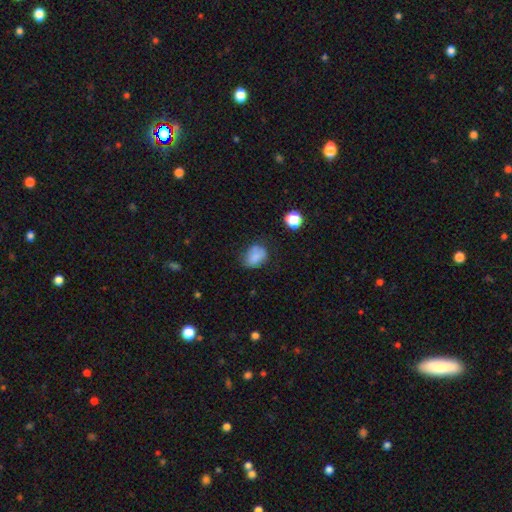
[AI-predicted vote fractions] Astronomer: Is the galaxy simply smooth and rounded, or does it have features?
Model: smooth — 79%.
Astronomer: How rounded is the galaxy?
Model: in between — 66%.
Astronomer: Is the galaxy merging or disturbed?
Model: none — 57%.